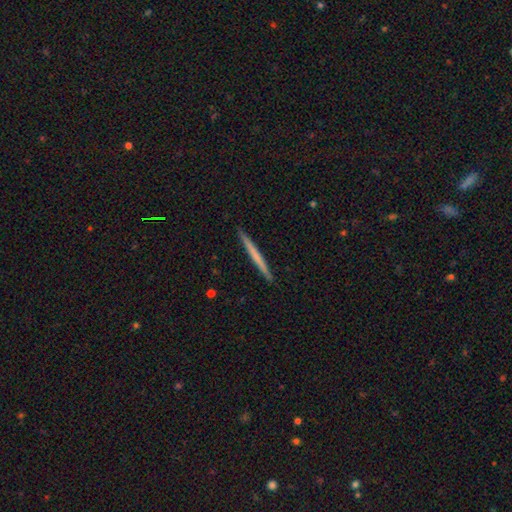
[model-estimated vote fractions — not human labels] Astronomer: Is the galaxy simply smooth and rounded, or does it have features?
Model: smooth — 53% (runner-up: featured or disk, 42%).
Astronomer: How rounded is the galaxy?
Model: cigar-shaped — 97%.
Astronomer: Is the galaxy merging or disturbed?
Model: none — 93%.